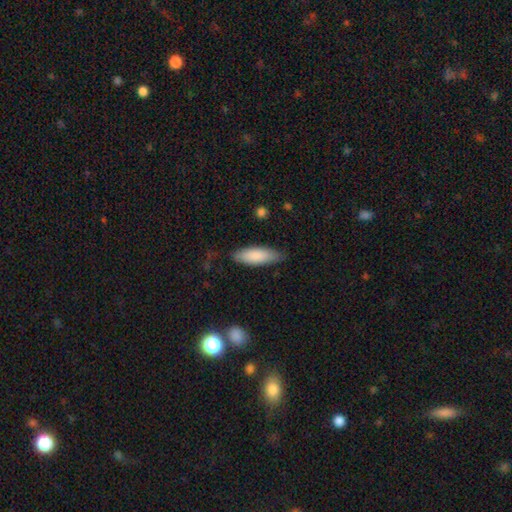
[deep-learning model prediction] smooth 85%, featured or disk 10%, star or artifact 5%. Down the decision tree: how rounded — in between (59%); merging — none (81%).